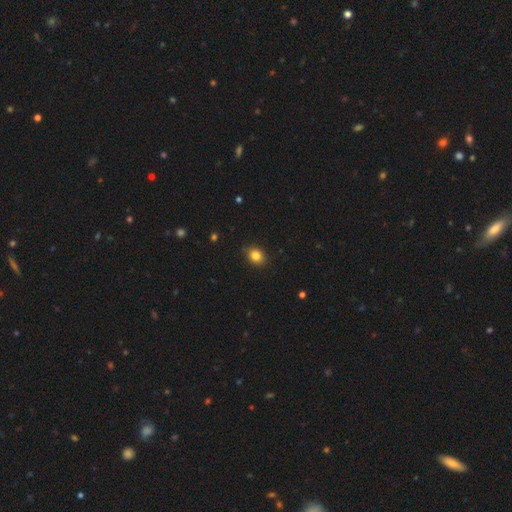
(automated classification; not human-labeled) Q: Smooth or featured?
A: smooth (83%); runner-up: star or artifact (11%)
Q: How rounded?
A: round (57%); runner-up: in between (42%)
Q: Merging?
A: none (87%); runner-up: minor disturbance (10%)